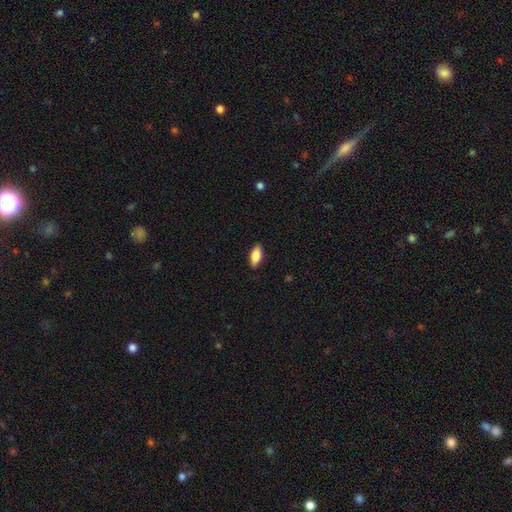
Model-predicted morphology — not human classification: Smooth or featured: smooth — 85% (featured or disk — 9%)
How rounded: in between — 87% (cigar-shaped — 10%)
Merging: none — 88% (minor disturbance — 9%)